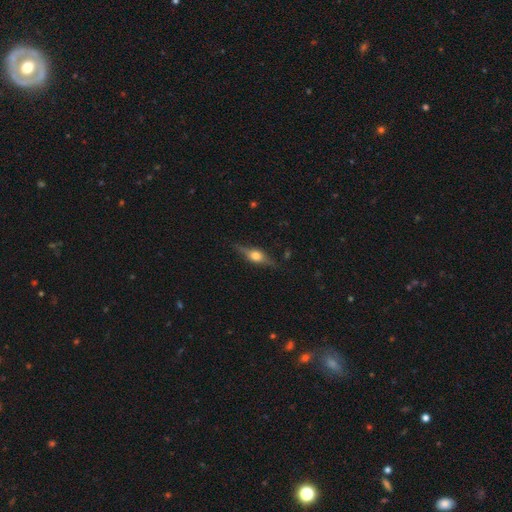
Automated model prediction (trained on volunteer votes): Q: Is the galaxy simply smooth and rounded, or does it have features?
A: featured or disk — 72%.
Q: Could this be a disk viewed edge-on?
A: yes — 96%.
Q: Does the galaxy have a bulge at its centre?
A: rounded — 94%.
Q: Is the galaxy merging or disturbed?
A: none — 85%.